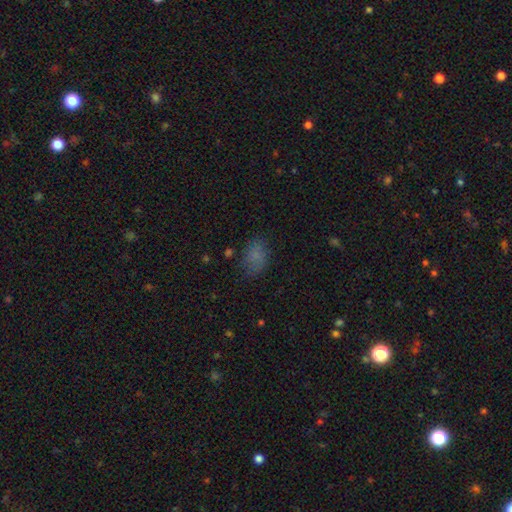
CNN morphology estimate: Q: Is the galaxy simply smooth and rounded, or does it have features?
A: smooth — 73%.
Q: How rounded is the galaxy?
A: in between — 83%.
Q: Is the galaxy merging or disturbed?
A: none — 61%.